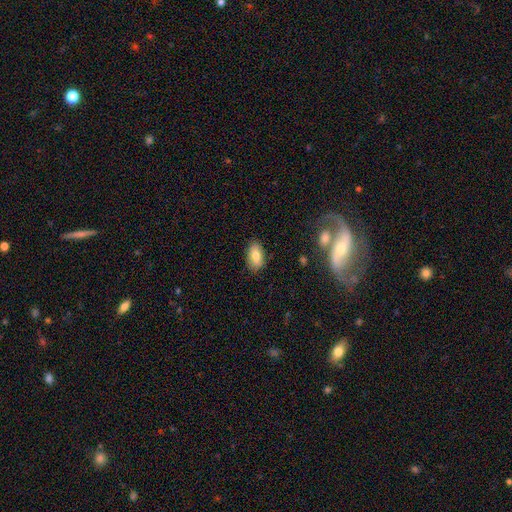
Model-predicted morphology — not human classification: This is likely a smooth galaxy (78%). How rounded: clearly in between (91%). Merging: clearly none (84%).